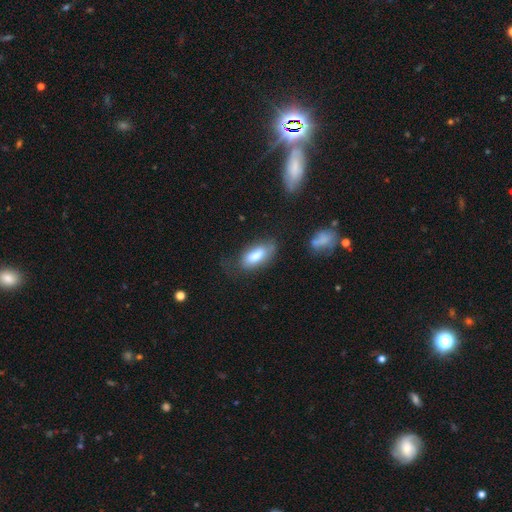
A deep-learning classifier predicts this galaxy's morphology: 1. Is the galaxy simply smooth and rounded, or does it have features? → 75% smooth, 17% featured or disk, 8% star or artifact.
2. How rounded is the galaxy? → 85% in between, 13% cigar-shaped, 2% round.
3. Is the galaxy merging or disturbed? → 57% none, 26% minor disturbance, 14% major disturbance, 3% merger.